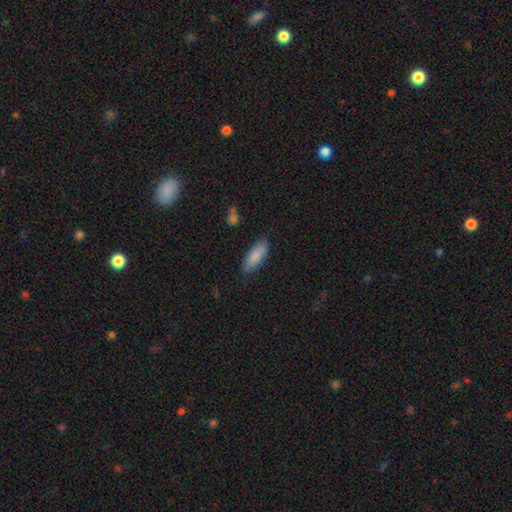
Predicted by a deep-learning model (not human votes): Q: Smooth or featured?
A: smooth (83%); runner-up: featured or disk (11%)
Q: How rounded?
A: in between (69%); runner-up: cigar-shaped (29%)
Q: Merging?
A: none (83%); runner-up: minor disturbance (13%)